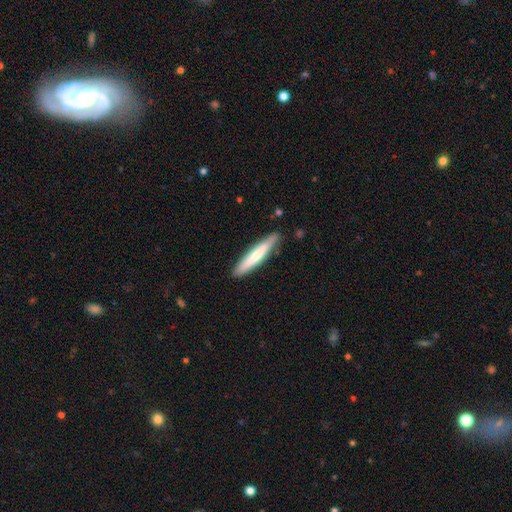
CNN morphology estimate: smooth_or_featured: smooth (p=0.64) [alt: featured or disk p=0.31]
how_rounded: cigar-shaped (p=0.93) [alt: in between p=0.06]
merging: none (p=0.87) [alt: minor disturbance p=0.10]